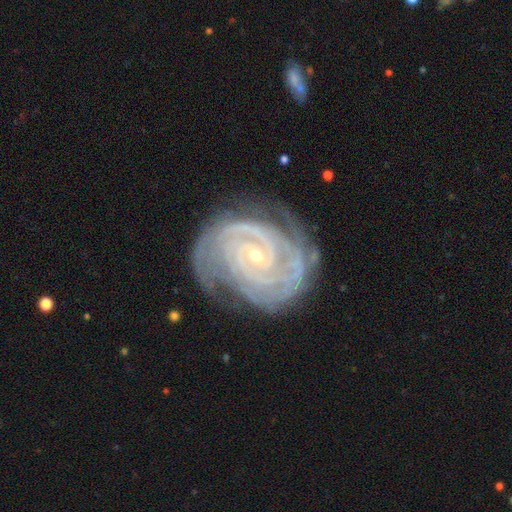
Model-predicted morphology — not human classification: This is clearly a featured or disk galaxy (91%). It is clearly not viewed edge-on (98%). Bar: possibly no (57%). Spiral arm pattern: clearly yes (98%). Spiral arm count: marginally 2 (35%). Spiral winding: clearly tight (83%). Central bulge: clearly small (81%). Merging: likely none (70%).